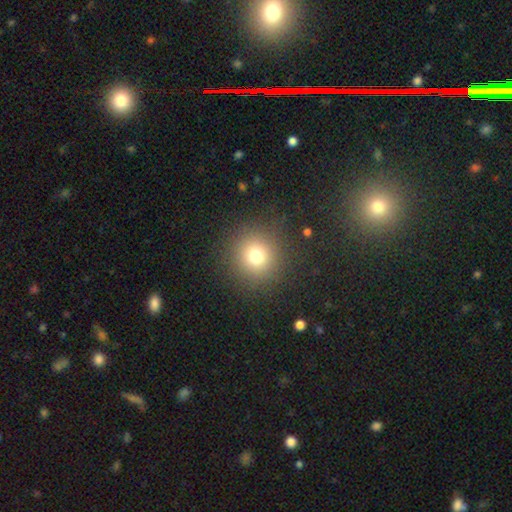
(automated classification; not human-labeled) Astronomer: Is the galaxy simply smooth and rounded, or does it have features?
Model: smooth — 73%.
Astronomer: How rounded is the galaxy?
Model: round — 95%.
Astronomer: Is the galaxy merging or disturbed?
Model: none — 88%.